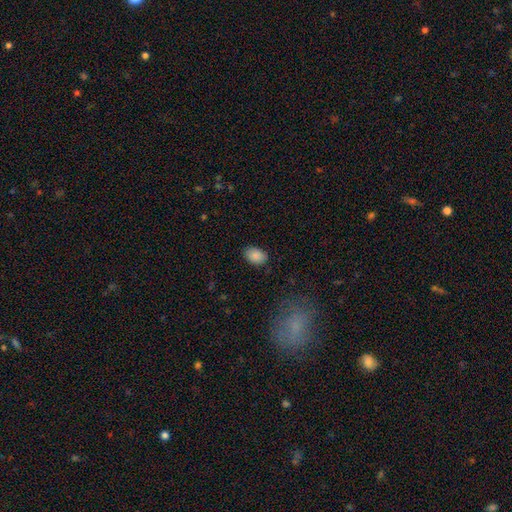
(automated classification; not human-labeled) Smooth or featured? smooth (88%)
How rounded? in between (83%)
Merging? none (85%)